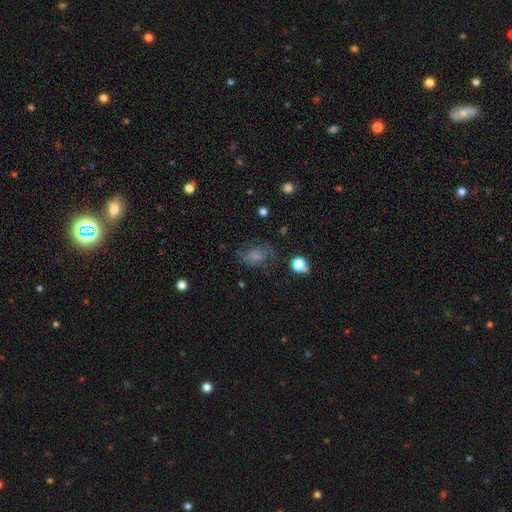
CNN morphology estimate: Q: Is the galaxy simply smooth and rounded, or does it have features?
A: smooth — 46%.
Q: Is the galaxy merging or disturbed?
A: none — 58%.